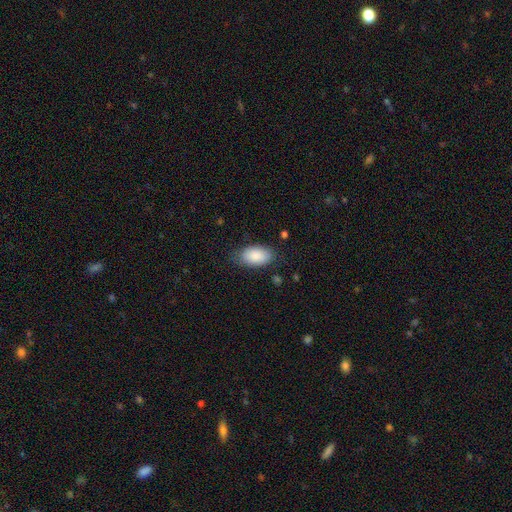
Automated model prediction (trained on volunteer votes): This appears to be a smooth galaxy with no disk features (88%) that is in between round and cigar-shaped (94%). Merging: none (77%).